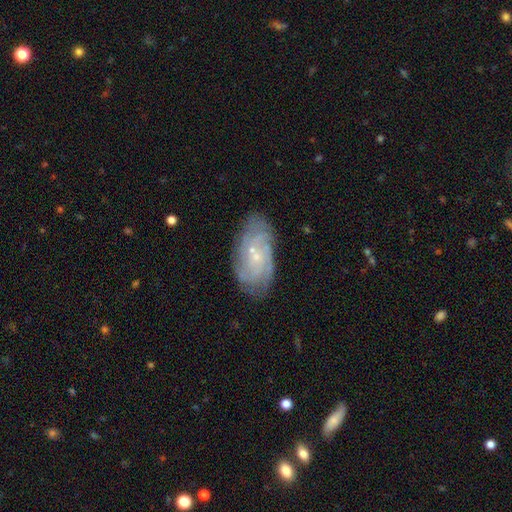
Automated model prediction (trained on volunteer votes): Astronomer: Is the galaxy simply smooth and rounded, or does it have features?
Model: featured or disk — 77%.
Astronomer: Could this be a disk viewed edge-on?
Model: no — 95%.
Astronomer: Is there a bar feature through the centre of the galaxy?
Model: no — 69%.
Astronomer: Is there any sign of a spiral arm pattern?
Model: yes — 91%.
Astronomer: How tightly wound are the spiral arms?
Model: tight — 62%.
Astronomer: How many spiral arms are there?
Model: can't tell — 41% (runner-up: 4, 19%).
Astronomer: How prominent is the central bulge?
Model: small — 79%.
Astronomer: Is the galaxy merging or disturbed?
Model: none — 78%.